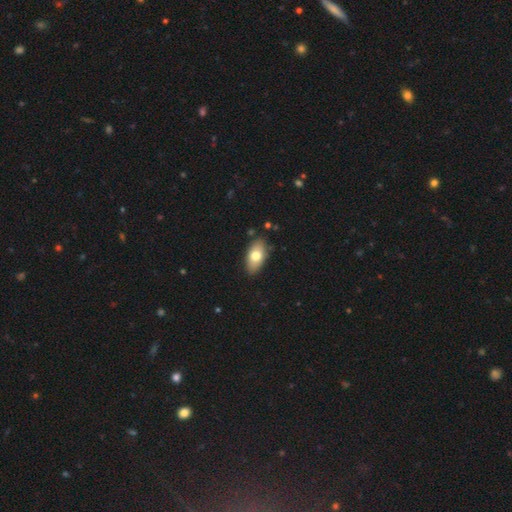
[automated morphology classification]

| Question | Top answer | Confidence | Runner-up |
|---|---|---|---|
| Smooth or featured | smooth | 74% | featured or disk (20%) |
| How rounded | in between | 91% | cigar-shaped (4%) |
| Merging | none | 85% | minor disturbance (11%) |